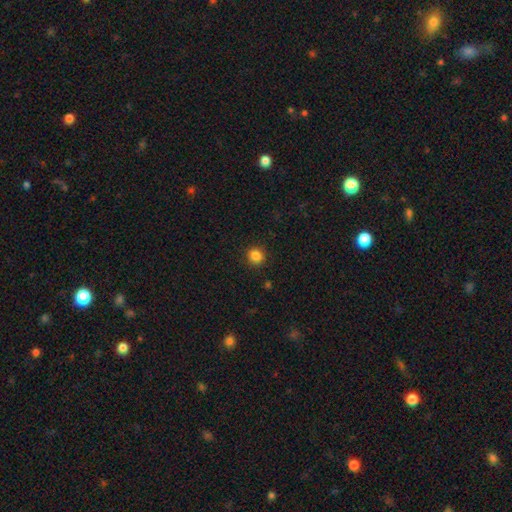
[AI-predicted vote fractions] The model was most divided on "how rounded": round: 86%, in between: 13%, cigar-shaped: 1%. More confident: merging — none (91%); smooth or featured — smooth (85%).